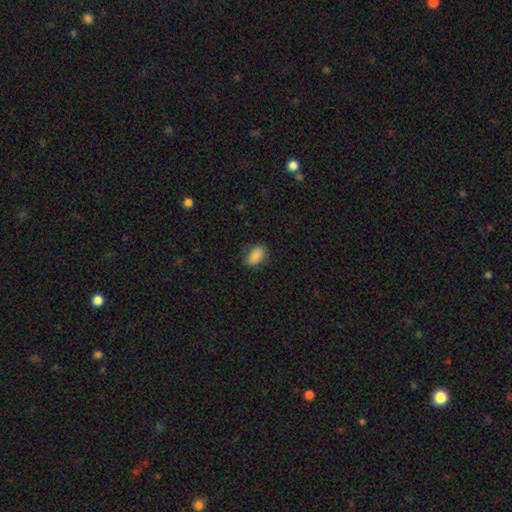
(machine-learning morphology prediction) smooth_or_featured: smooth (p=0.88) [alt: star or artifact p=0.08]
how_rounded: in between (p=0.90) [alt: round p=0.07]
merging: none (p=0.81) [alt: minor disturbance p=0.14]